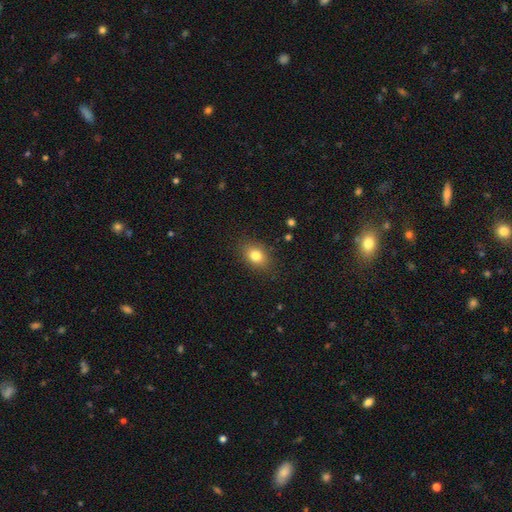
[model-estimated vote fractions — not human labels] The model was most divided on "how rounded": in between: 69%, round: 29%, cigar-shaped: 1%. More confident: merging — none (85%); smooth or featured — smooth (81%).